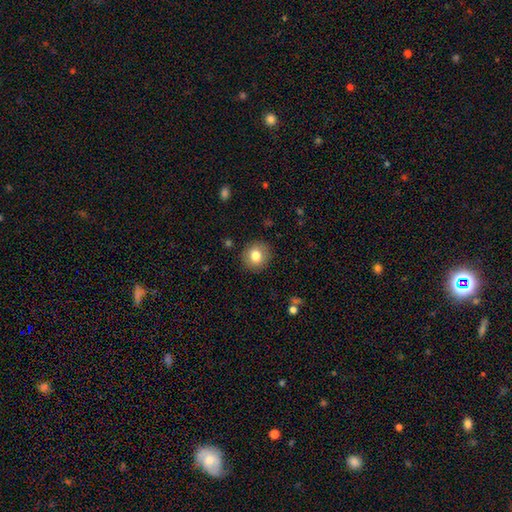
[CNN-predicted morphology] smooth_or_featured: smooth (p=0.80) [alt: featured or disk p=0.10]
how_rounded: round (p=0.87) [alt: in between p=0.12]
merging: none (p=0.90) [alt: minor disturbance p=0.07]